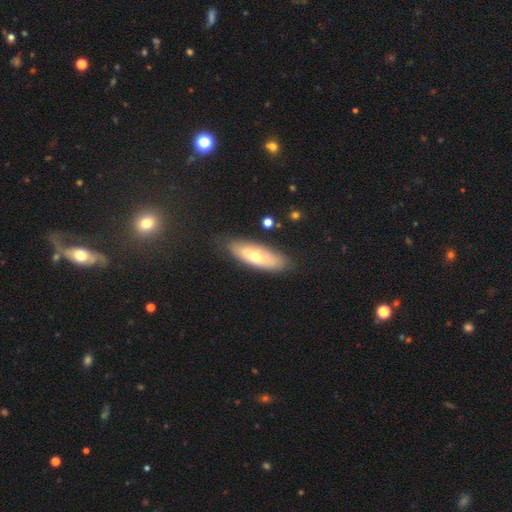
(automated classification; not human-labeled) Morphology: type=smooth (55%); roundness=in between (59%); merging=none (82%).